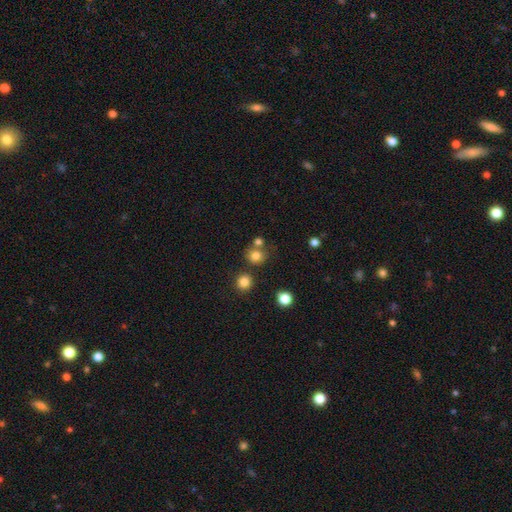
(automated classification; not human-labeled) This appears to be a smooth galaxy with no disk features (77%) that is round (84%). Merging: none (65%).